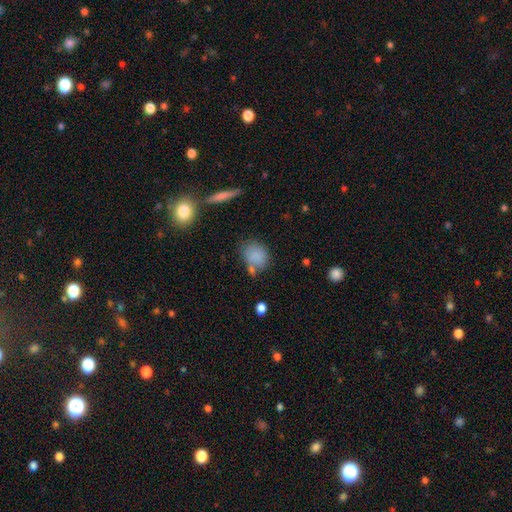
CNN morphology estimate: This appears to be a smooth galaxy with no disk features (83%) that is in between round and cigar-shaped (52%). Merging: none (57%).